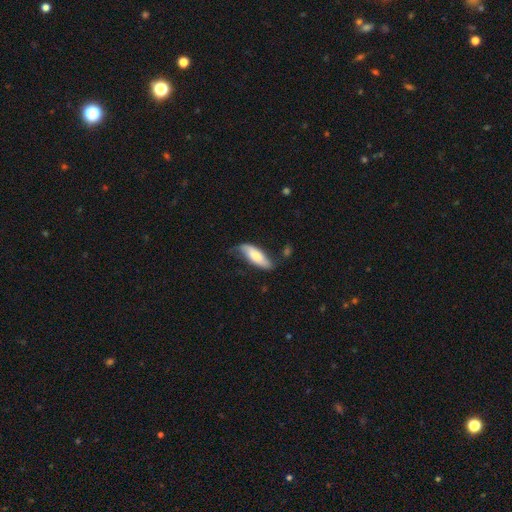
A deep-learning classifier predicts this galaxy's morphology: The model was most divided on "merging": none: 48%, minor disturbance: 37%, major disturbance: 12%, merger: 3%. More confident: smooth or featured — smooth (69%); how rounded — in between (67%).